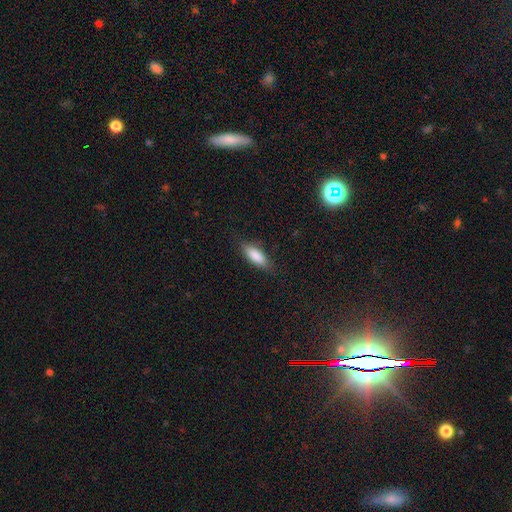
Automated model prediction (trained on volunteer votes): Smooth or featured? smooth (85%)
How rounded? in between (65%)
Merging? none (83%)